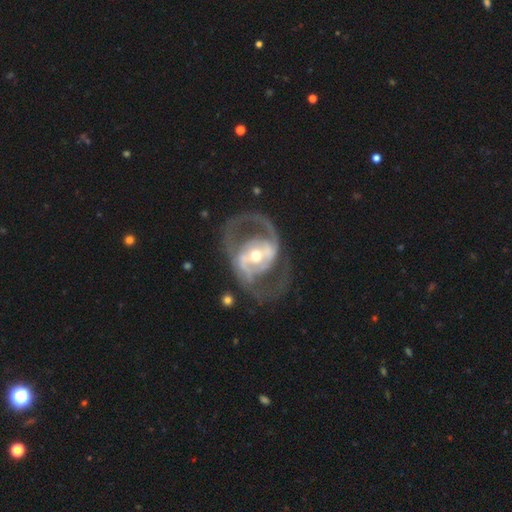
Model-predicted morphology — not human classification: featured or disk 86%, smooth 10%, star or artifact 4%. Down the decision tree: edge-on disk — no (96%); bar — strong (40%); spiral arms — yes (76%); spiral arm count — 2 (84%); spiral winding — medium (51%); bulge size — moderate (67%); merging — none (63%).